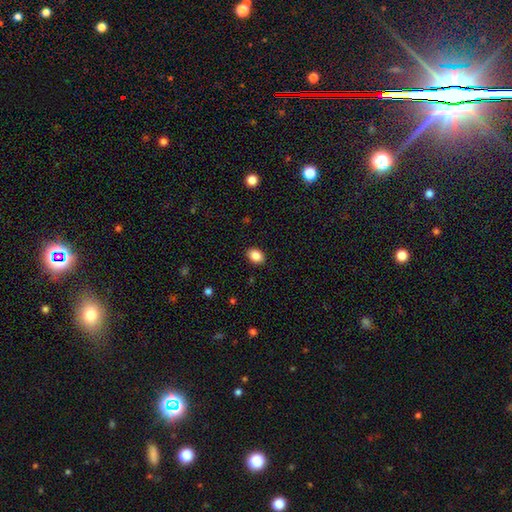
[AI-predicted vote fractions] smooth_or_featured: smooth (p=0.87) [alt: star or artifact p=0.09]
how_rounded: in between (p=0.71) [alt: round p=0.28]
merging: none (p=0.89) [alt: minor disturbance p=0.08]